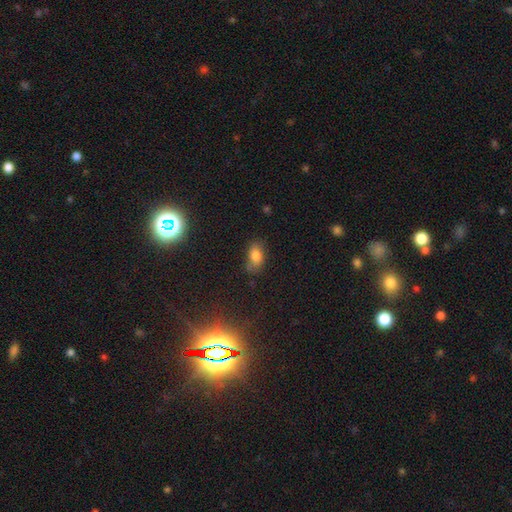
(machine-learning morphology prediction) Smooth or featured? Predicted: smooth (p=0.78). How rounded? Predicted: in between (p=0.88). Merging? Predicted: none (p=0.69).